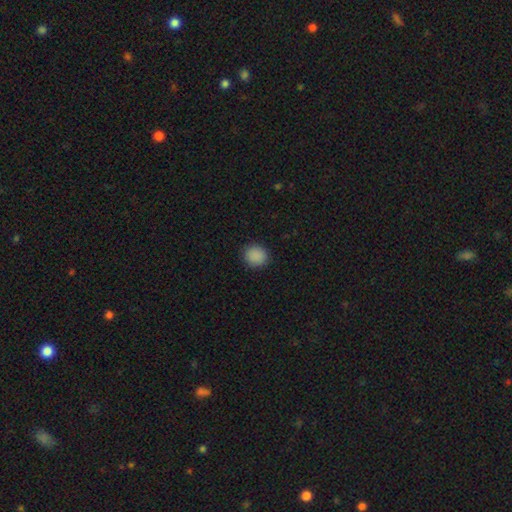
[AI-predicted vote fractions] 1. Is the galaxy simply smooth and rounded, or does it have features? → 89% smooth, 9% star or artifact, 2% featured or disk.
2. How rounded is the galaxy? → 86% round, 13% in between, 1% cigar-shaped.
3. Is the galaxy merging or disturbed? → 90% none, 7% minor disturbance, 2% major disturbance, 1% merger.